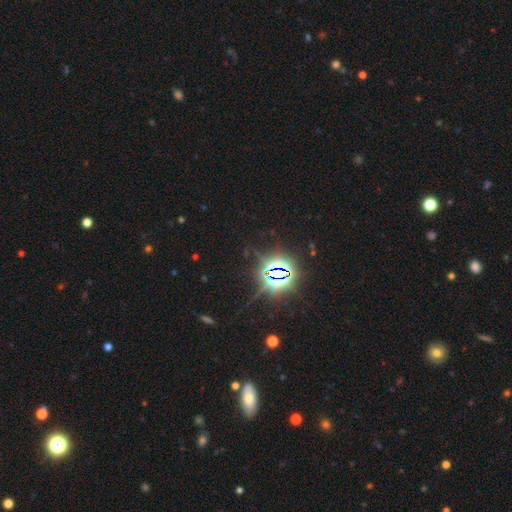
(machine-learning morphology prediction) type=star or artifact (83%).